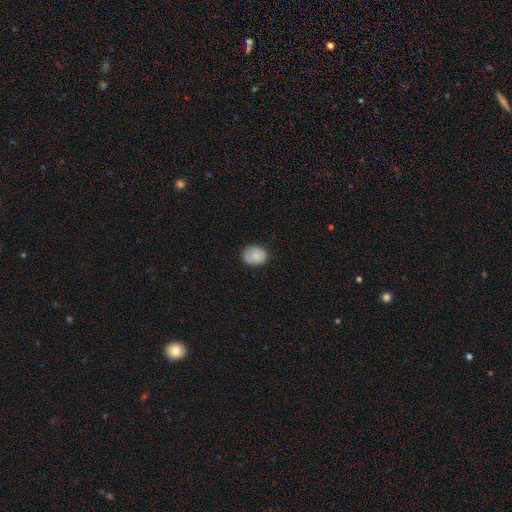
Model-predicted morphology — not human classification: smooth_or_featured: smooth (p=0.86) [alt: star or artifact p=0.07]
how_rounded: round (p=0.54) [alt: in between p=0.46]
merging: none (p=0.79) [alt: minor disturbance p=0.17]